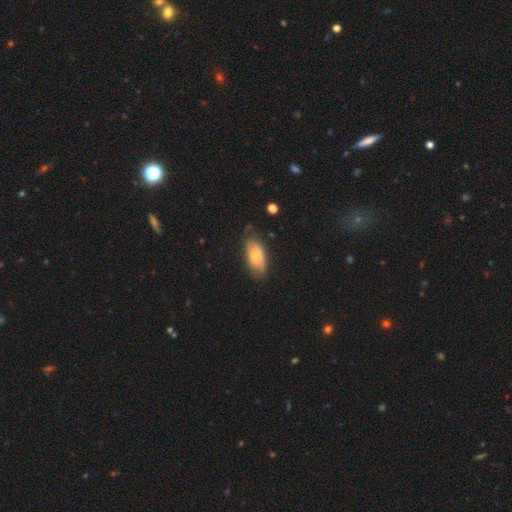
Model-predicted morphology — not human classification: smooth-or-featured: smooth: 67% | featured or disk: 27% | star or artifact: 7%
  how-rounded: in between: 91% | cigar-shaped: 5% | round: 4%
  merging: none: 67% | minor disturbance: 26% | major disturbance: 6% | merger: 2%